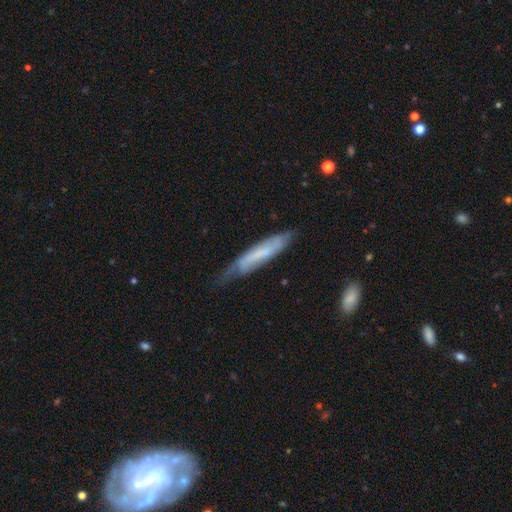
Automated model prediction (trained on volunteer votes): The model was most divided on "smooth or featured": featured or disk: 49%, smooth: 43%, star or artifact: 8%. More confident: merging — none (57%).